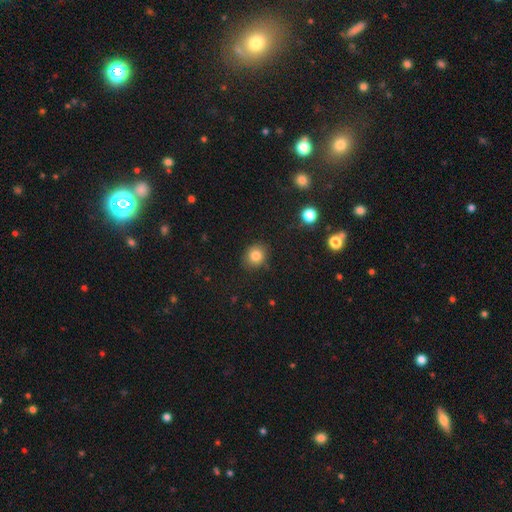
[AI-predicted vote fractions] This appears to be a smooth galaxy with no disk features (82%) that is round (78%). Merging: none (86%).